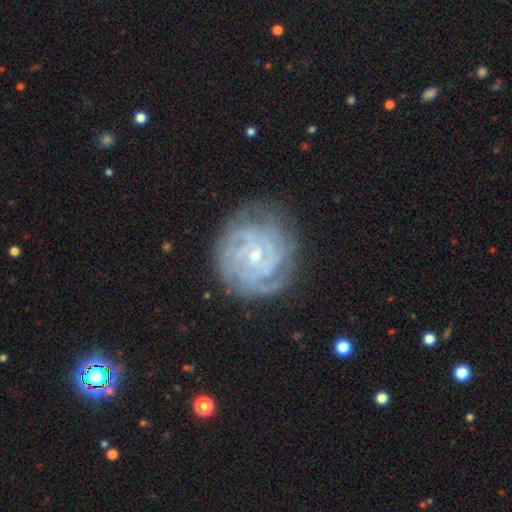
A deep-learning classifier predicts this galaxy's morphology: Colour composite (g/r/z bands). It shows a featured or disk galaxy (86%) with no bar (67%), tight (77%) spiral arms (97%) and a small central bulge (77%). Merging: none (78%).